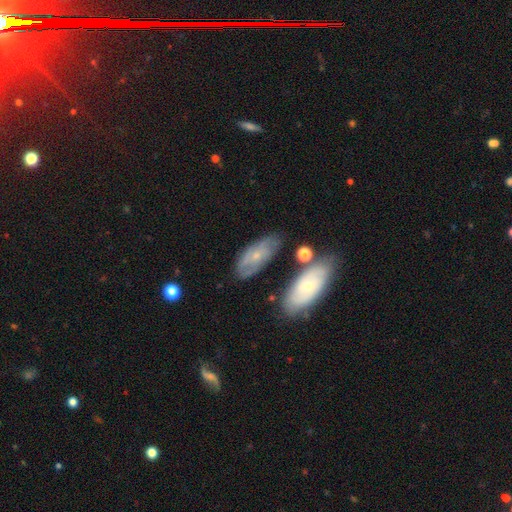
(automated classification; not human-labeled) This is possibly a featured or disk galaxy (54%). It is clearly not viewed edge-on (89%). Merging: likely none (61%).